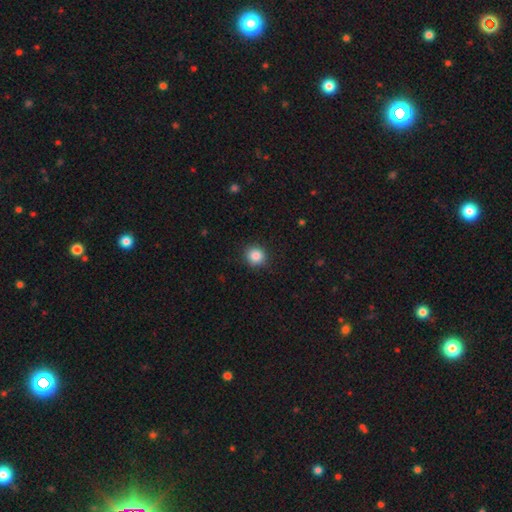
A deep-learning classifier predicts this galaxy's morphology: type=smooth (86%); roundness=round (89%); merging=none (90%).